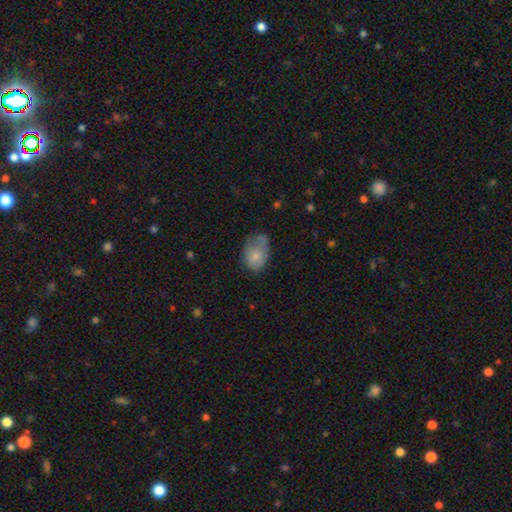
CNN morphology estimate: smooth-or-featured: smooth: 74% | featured or disk: 18% | star or artifact: 8%
  how-rounded: in between: 79% | round: 20% | cigar-shaped: 1%
  merging: minor disturbance: 36% (tied) | none: 36% (tied) | major disturbance: 21% | merger: 7%